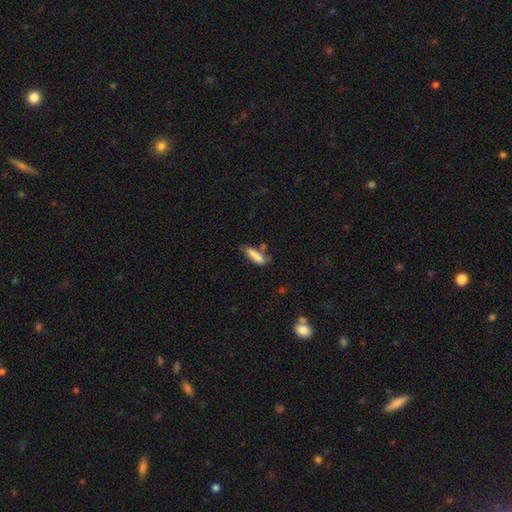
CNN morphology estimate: Overall: smooth (81%). How rounded: cigar-shaped (69%). Merging: none (54%; minor disturbance 24%).